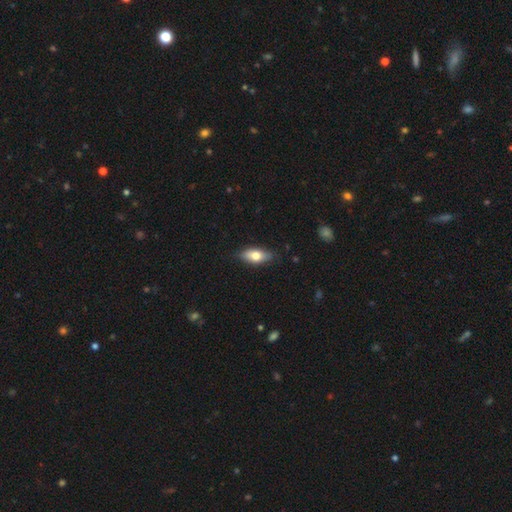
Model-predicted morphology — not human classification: This is likely a smooth galaxy (70%). How rounded: clearly in between (81%). Merging: clearly none (84%).